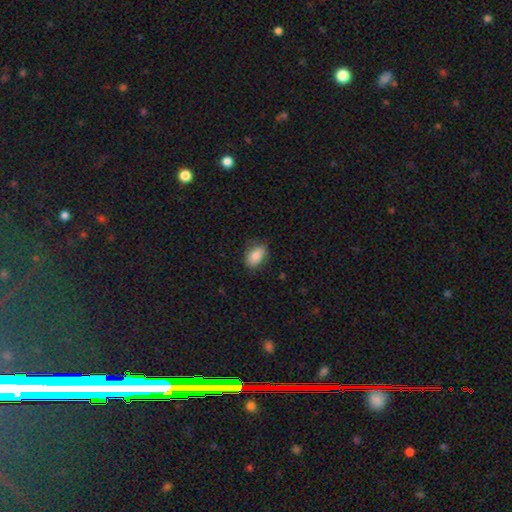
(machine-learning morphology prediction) smooth-or-featured: smooth: 80% | featured or disk: 12% | star or artifact: 7%
  how-rounded: in between: 86% | round: 12% | cigar-shaped: 2%
  merging: none: 74% | minor disturbance: 20% | major disturbance: 5% | merger: 1%